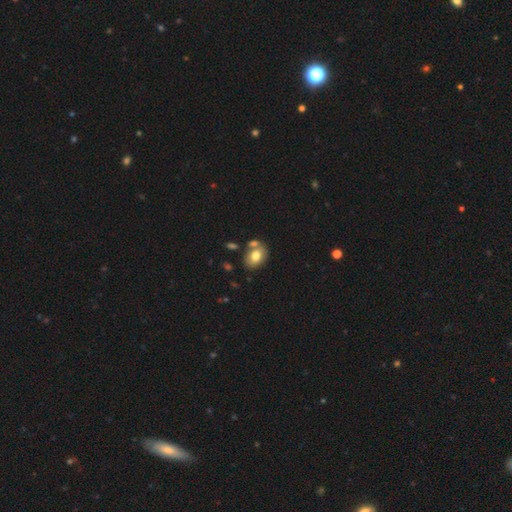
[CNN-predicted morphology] The model was most divided on "merging": none: 59%, merger: 23%, minor disturbance: 14%, major disturbance: 4%. More confident: smooth or featured — smooth (75%); how rounded — in between (71%).